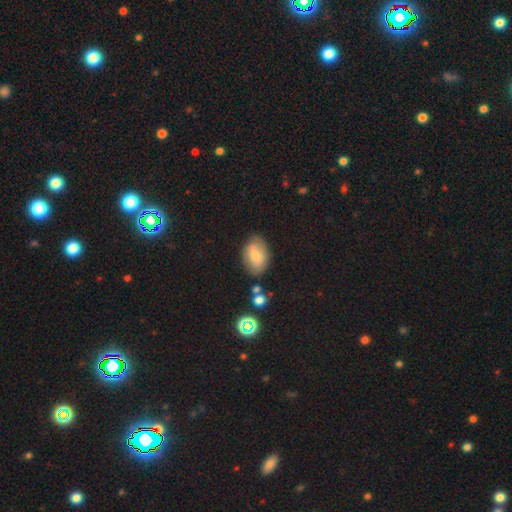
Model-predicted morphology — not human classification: smooth 68%, featured or disk 24%, star or artifact 9%. Down the decision tree: how rounded — in between (87%); merging — none (68%).